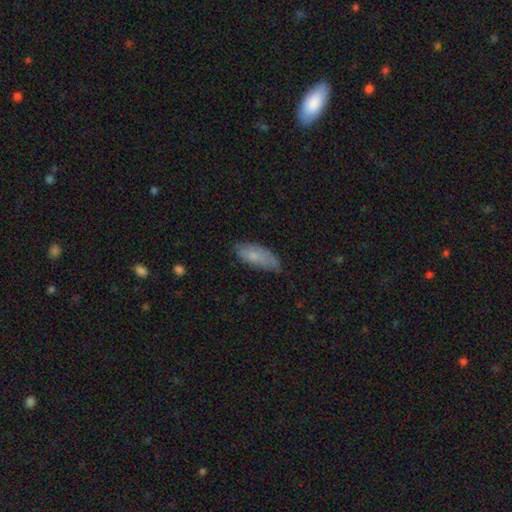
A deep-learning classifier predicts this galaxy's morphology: The model was most divided on "merging": none: 64%, minor disturbance: 29%, major disturbance: 5%, merger: 2%. More confident: smooth or featured — smooth (75%); how rounded — in between (74%).